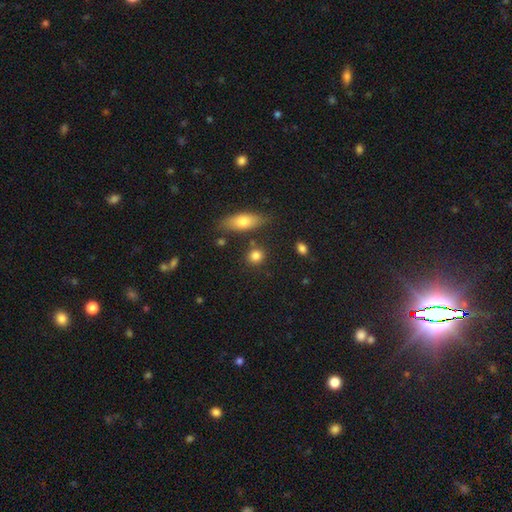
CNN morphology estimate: A smooth galaxy with no disk features (83%) that is round (78%). Merging: none (80%).